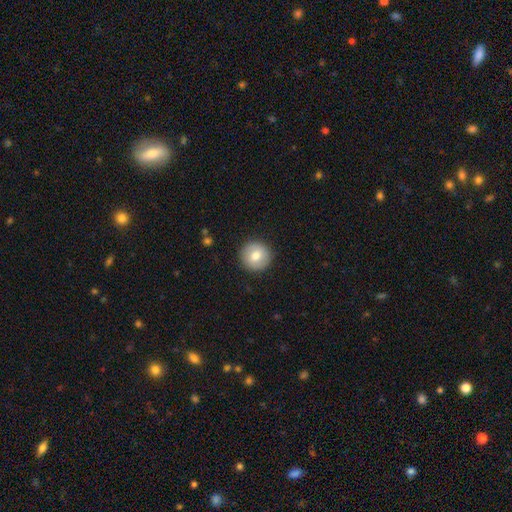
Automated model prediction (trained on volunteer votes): This appears to be a smooth galaxy with no disk features (77%) that is round (94%). Merging: none (91%).